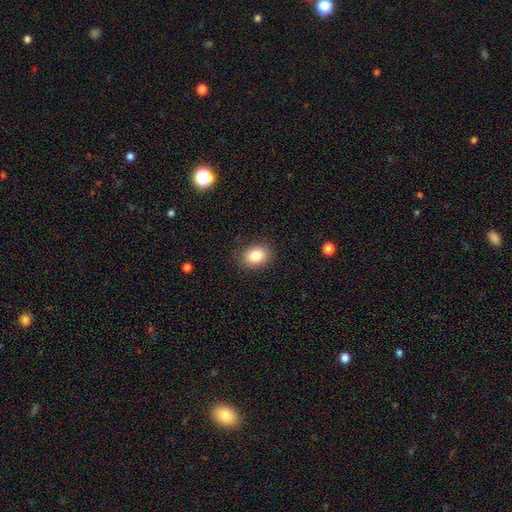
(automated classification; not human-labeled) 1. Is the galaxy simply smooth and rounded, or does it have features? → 85% smooth, 9% star or artifact, 7% featured or disk.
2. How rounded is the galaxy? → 67% in between, 32% round, 1% cigar-shaped.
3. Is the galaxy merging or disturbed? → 86% none, 10% minor disturbance, 3% major disturbance, 1% merger.